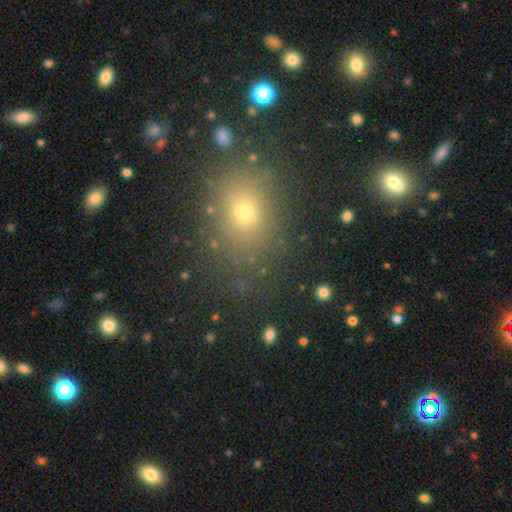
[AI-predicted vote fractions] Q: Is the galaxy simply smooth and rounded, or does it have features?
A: smooth — 61%.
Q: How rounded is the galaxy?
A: in between — 54%.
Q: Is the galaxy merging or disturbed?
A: none — 84%.